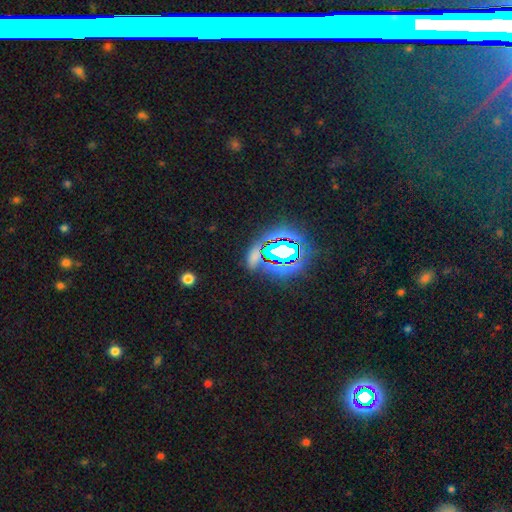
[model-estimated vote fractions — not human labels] smooth-or-featured: star or artifact: 54% | smooth: 34% | featured or disk: 12%